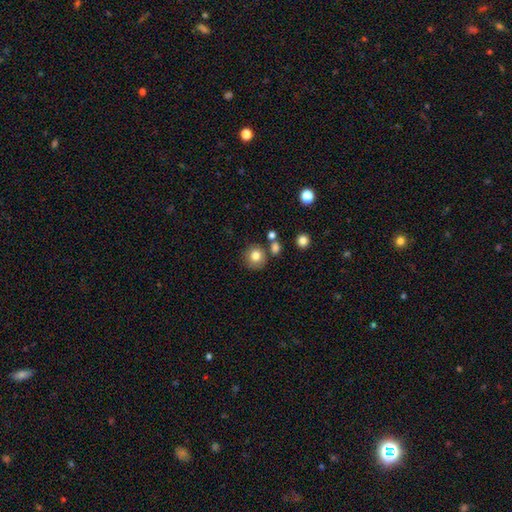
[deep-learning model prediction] smooth-or-featured: smooth: 80% | star or artifact: 11% | featured or disk: 9%
  how-rounded: round: 91% | in between: 8% | cigar-shaped: 1%
  merging: none: 77% | minor disturbance: 10% | merger: 10% | major disturbance: 3%